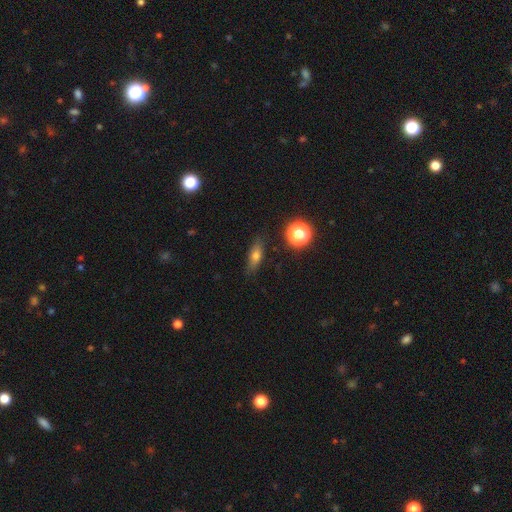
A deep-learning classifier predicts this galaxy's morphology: Overall: smooth (66%). How rounded: in between (55%; cigar-shaped 34%). Merging: none (83%).